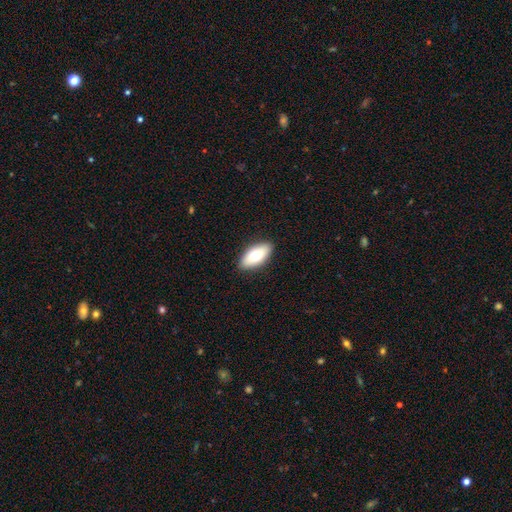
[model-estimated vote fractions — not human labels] Smooth or featured? Predicted: smooth (p=0.74). How rounded? Predicted: in between (p=0.91). Merging? Predicted: none (p=0.90).